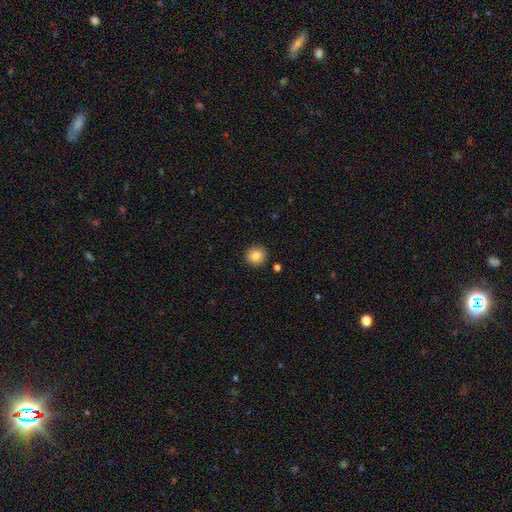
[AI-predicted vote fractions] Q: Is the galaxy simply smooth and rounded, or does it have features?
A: smooth — 85%.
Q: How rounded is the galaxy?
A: round — 92%.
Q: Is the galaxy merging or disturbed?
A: none — 90%.